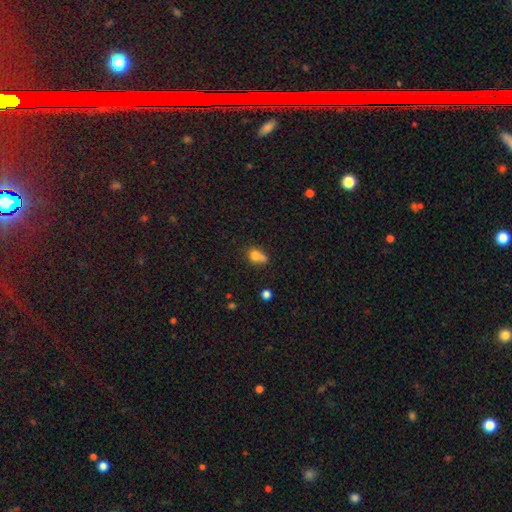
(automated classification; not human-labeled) Overall: smooth (74%). How rounded: in between (49%, tied with round). Merging: merger (38%; none 34%).